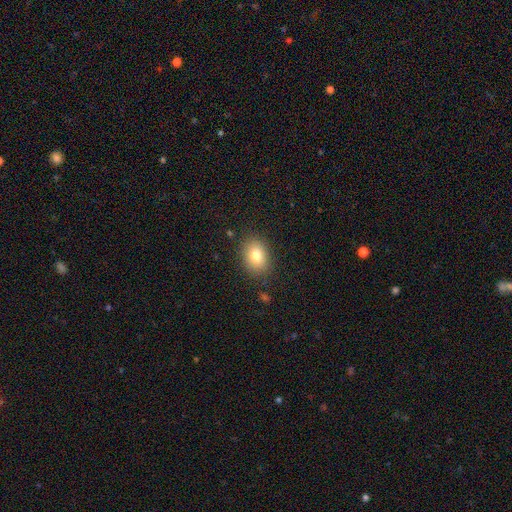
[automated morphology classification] smooth_or_featured: smooth (p=0.79) [alt: featured or disk p=0.11]
how_rounded: in between (p=0.70) [alt: round p=0.29]
merging: none (p=0.85) [alt: minor disturbance p=0.10]